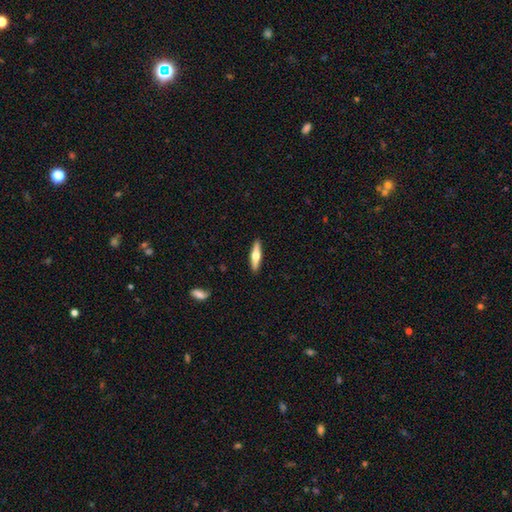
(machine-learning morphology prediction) Smooth or featured? featured or disk (55%)
Edge-on disk? yes (95%)
Edge-on bulge? rounded (94%)
Merging? none (91%)